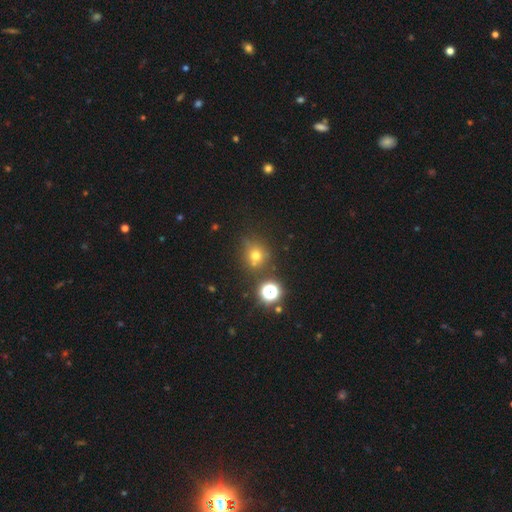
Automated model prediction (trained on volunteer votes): This is likely a smooth galaxy (65%). How rounded: clearly round (87%). Merging: likely none (69%).